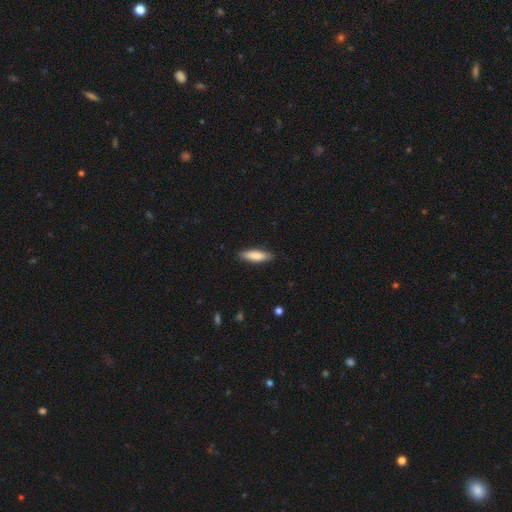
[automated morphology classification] Smooth or featured? Predicted: smooth (p=0.81). How rounded? Predicted: cigar-shaped (p=0.57). Merging? Predicted: none (p=0.87).